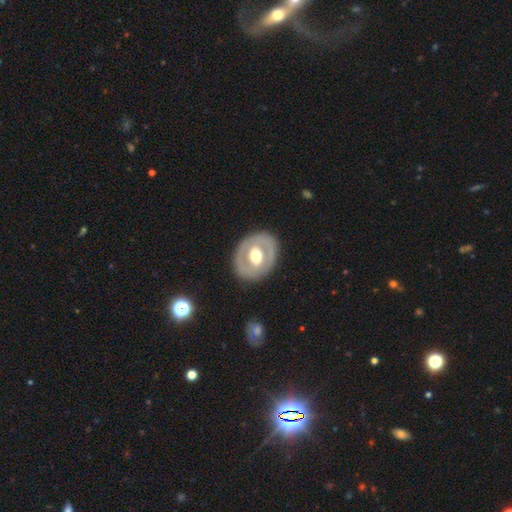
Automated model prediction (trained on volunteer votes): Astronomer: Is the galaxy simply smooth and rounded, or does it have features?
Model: featured or disk — 60% (runner-up: smooth, 36%).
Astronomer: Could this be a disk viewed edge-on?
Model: no — 94%.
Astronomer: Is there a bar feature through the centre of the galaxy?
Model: no — 56%.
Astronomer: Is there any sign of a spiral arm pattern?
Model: no — 86%.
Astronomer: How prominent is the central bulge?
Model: moderate — 63%.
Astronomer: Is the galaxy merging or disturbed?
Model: none — 83%.